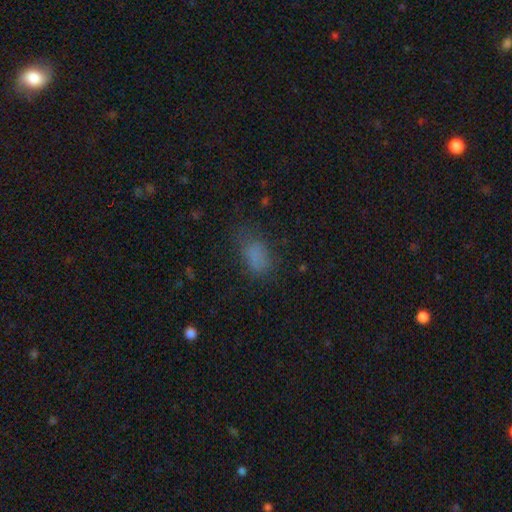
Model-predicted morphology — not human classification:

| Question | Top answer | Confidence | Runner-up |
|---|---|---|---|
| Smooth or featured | smooth | 76% | star or artifact (15%) |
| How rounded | in between | 85% | round (11%) |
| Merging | none | 59% | minor disturbance (24%) |